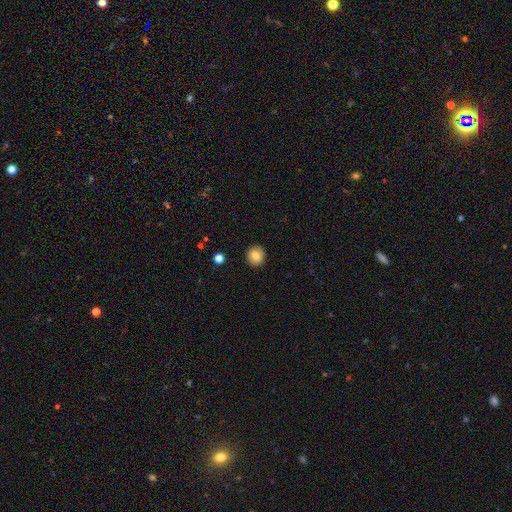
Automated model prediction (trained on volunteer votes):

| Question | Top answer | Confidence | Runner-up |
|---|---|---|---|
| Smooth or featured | smooth | 76% | featured or disk (14%) |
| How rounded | round | 84% | in between (15%) |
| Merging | none | 90% | minor disturbance (7%) |